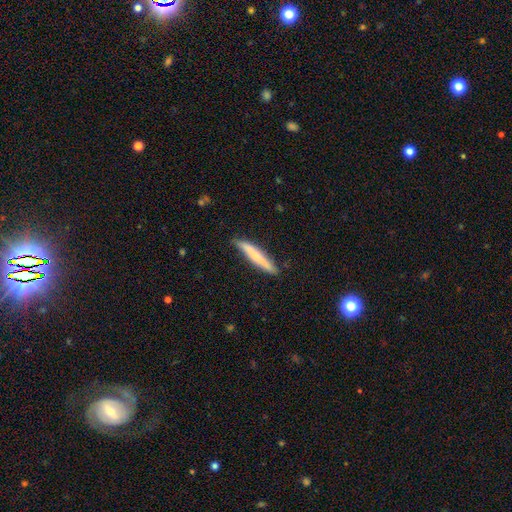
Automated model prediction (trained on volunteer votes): smooth_or_featured: smooth (p=0.60) [alt: featured or disk p=0.34]
how_rounded: cigar-shaped (p=0.94) [alt: in between p=0.05]
merging: none (p=0.82) [alt: minor disturbance p=0.14]